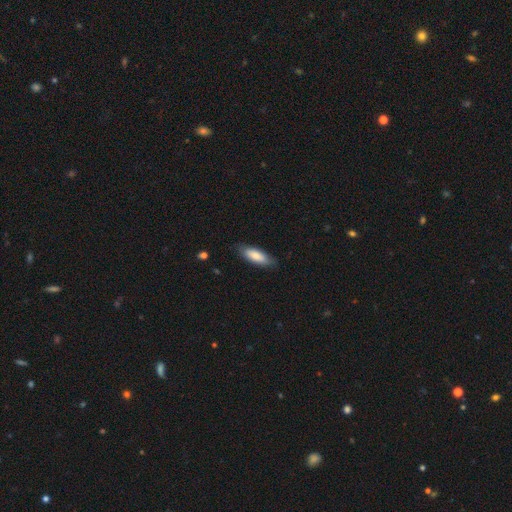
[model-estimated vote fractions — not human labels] smooth-or-featured: smooth: 81% | featured or disk: 14% | star or artifact: 6%
  how-rounded: in between: 63% | cigar-shaped: 36% | round: 2%
  merging: none: 82% | minor disturbance: 14% | major disturbance: 3% | merger: 1%